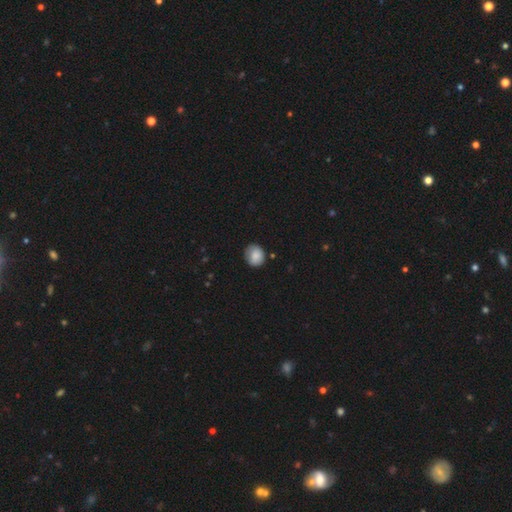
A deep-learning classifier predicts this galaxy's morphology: This is clearly a smooth galaxy (84%). How rounded: likely round (73%). Merging: likely none (73%).